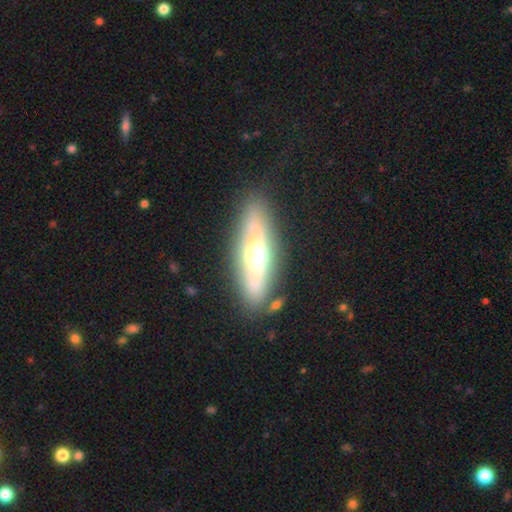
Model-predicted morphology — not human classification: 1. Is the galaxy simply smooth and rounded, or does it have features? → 56% featured or disk, 36% smooth, 9% star or artifact.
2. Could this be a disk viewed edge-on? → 62% yes, 38% no.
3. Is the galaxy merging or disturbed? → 82% none, 11% minor disturbance, 4% major disturbance, 3% merger.